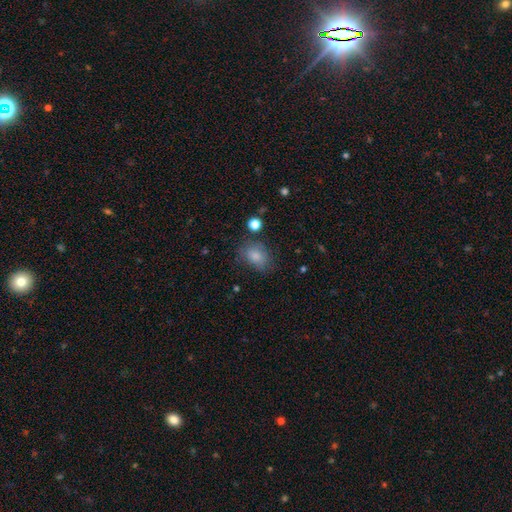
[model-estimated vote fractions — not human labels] Overall: smooth (81%). How rounded: in between (70%). Merging: none (65%).